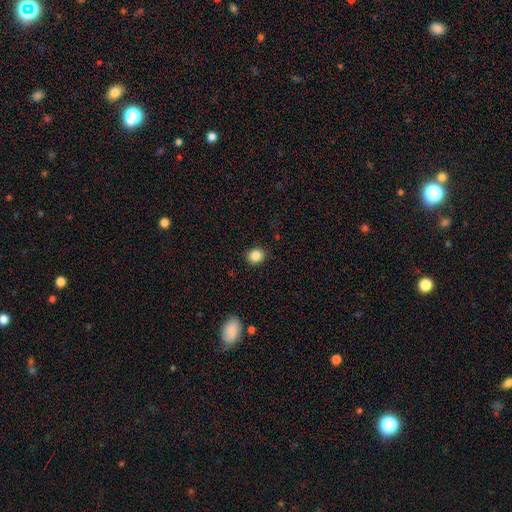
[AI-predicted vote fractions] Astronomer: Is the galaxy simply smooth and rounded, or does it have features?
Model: smooth — 86%.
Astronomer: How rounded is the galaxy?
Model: round — 75%.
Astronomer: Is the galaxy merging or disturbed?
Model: none — 90%.